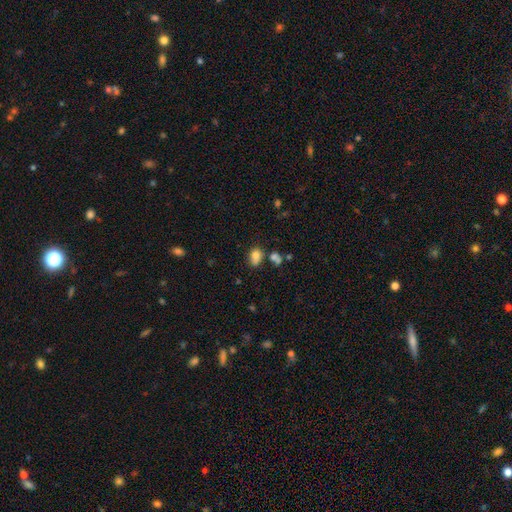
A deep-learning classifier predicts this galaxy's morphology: Overall: smooth (76%). How rounded: in between (60%; round 39%). Merging: none (47%; merger 24%).